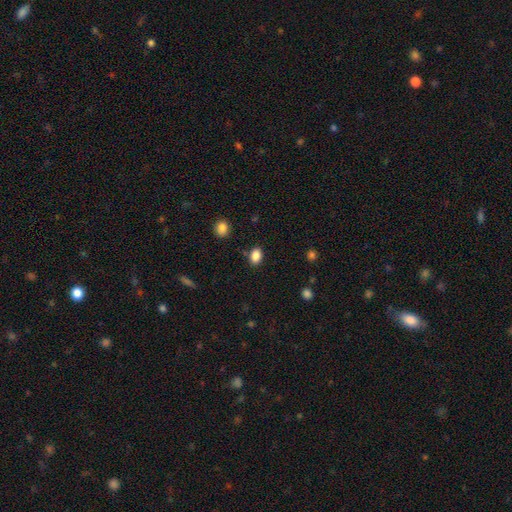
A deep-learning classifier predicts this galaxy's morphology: type=smooth (87%); roundness=in between (81%); merging=none (83%).